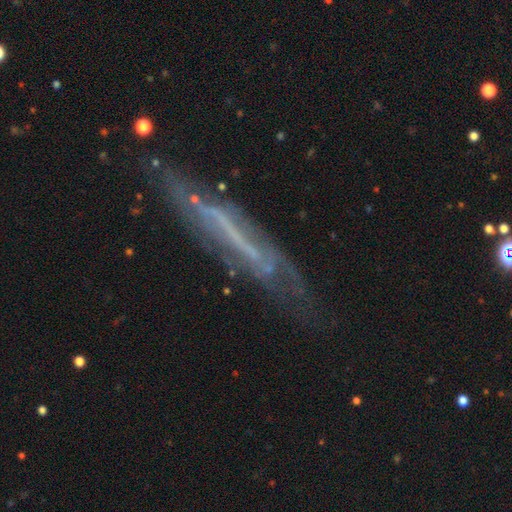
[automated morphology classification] A featured or disk galaxy (71%) viewed edge-on (60%).

Vote fractions:
- Smooth or featured? featured or disk: 71% / smooth: 19% / star or artifact: 10%
- Edge-on disk? yes: 60% / no: 40%
- Merging? none: 58% / minor disturbance: 23% / major disturbance: 14% / merger: 4%